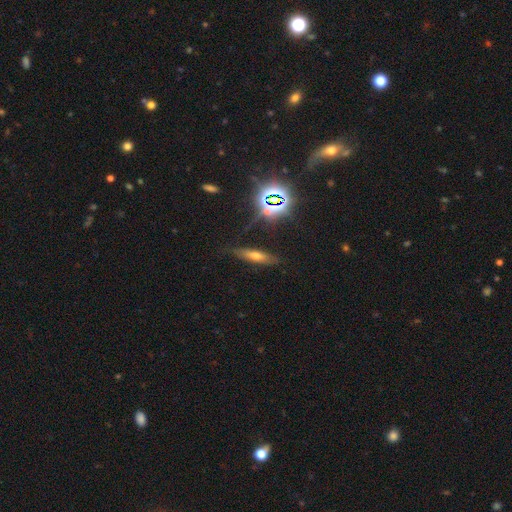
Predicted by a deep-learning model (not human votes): Smooth or featured: smooth — 48% (featured or disk — 30%)
Merging: none — 80% (minor disturbance — 14%)